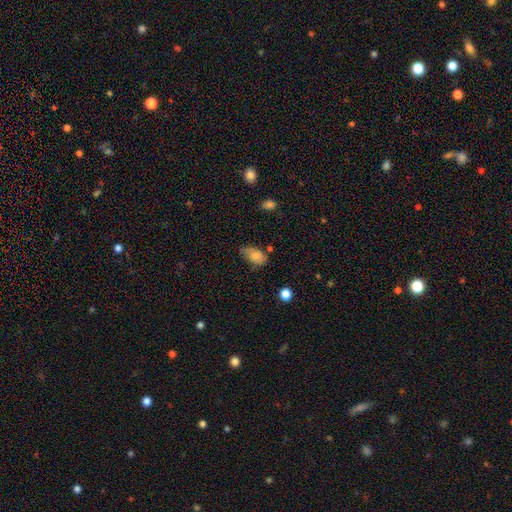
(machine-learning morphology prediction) The model was most divided on "merging": none: 49%, minor disturbance: 36%, major disturbance: 11%, merger: 4%. More confident: how rounded — in between (89%); smooth or featured — smooth (75%).